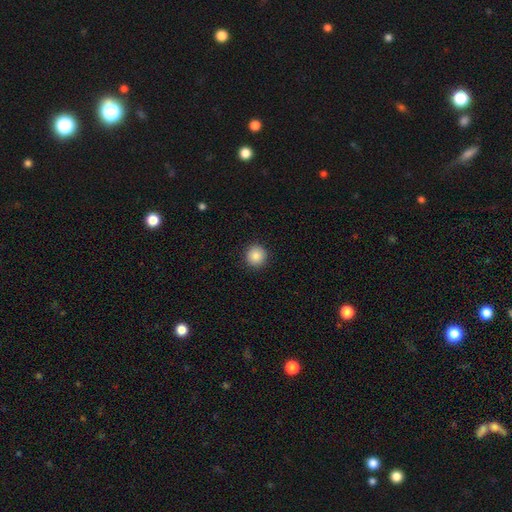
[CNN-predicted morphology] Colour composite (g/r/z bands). It shows a smooth galaxy with no disk features (86%) that is round (95%). Merging: none (92%).